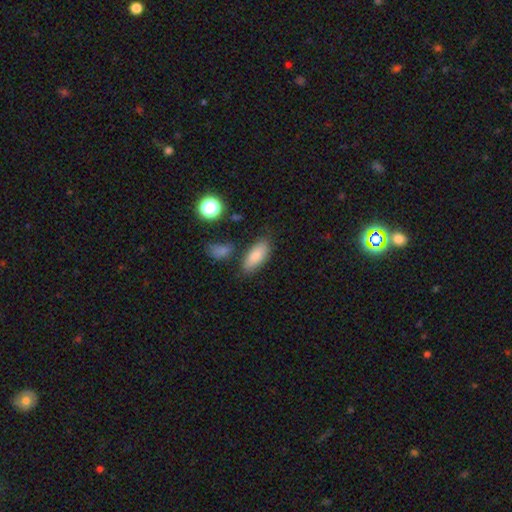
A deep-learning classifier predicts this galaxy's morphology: smooth_or_featured: smooth (p=0.82) [alt: featured or disk p=0.11]
how_rounded: in between (p=0.85) [alt: cigar-shaped p=0.12]
merging: none (p=0.75) [alt: minor disturbance p=0.15]